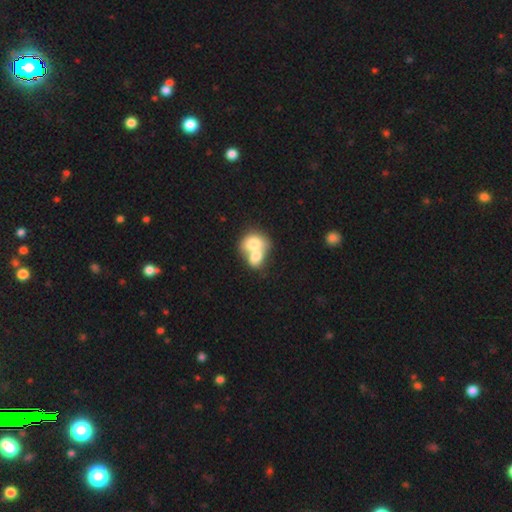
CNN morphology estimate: smooth-or-featured: smooth: 71% | featured or disk: 21% | star or artifact: 7%
  how-rounded: in between: 57% | round: 42% | cigar-shaped: 1%
  merging: merger: 78% | none: 14% | minor disturbance: 5% | major disturbance: 3%